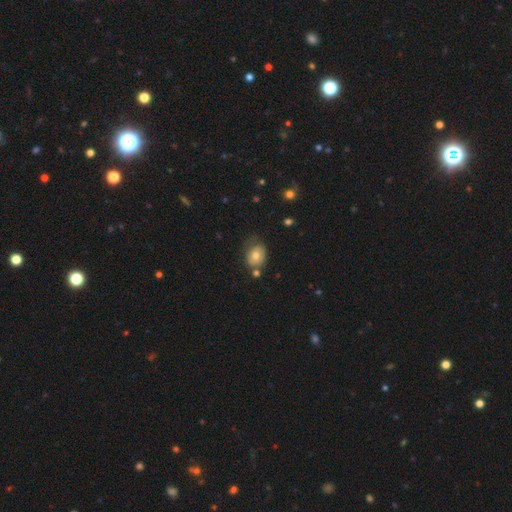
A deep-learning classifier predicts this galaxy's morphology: Smooth or featured? smooth (65%)
How rounded? in between (52%)
Merging? none (55%)